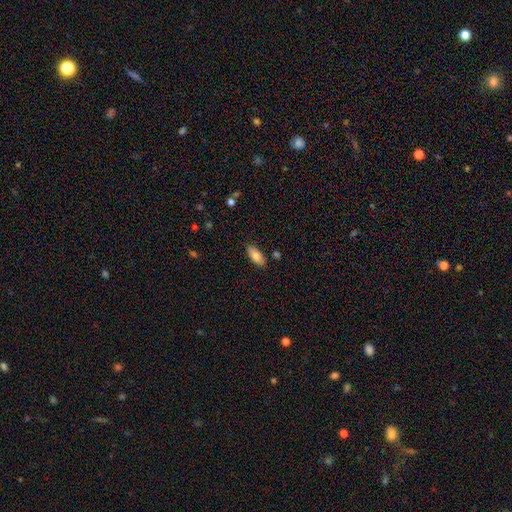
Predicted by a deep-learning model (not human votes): Smooth or featured: smooth — 83% (featured or disk — 11%)
How rounded: in between — 85% (cigar-shaped — 13%)
Merging: none — 83% (minor disturbance — 11%)